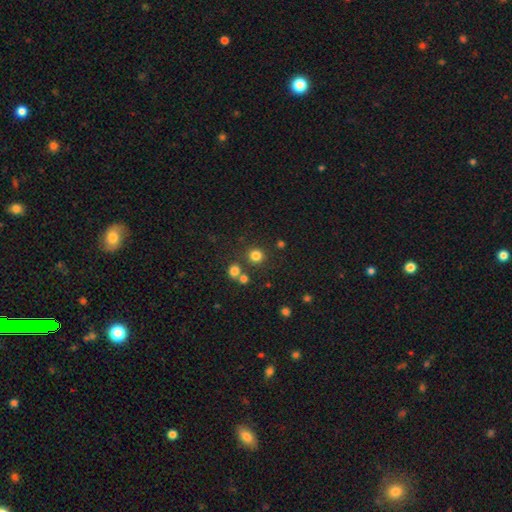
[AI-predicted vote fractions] smooth_or_featured: smooth (p=0.79) [alt: star or artifact p=0.15]
how_rounded: round (p=0.92) [alt: in between p=0.07]
merging: none (p=0.80) [alt: merger p=0.10]